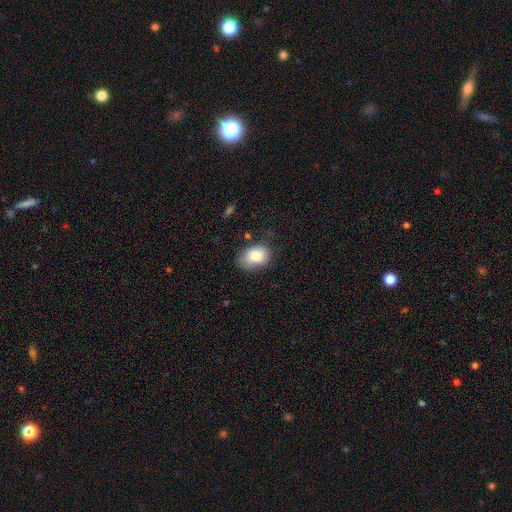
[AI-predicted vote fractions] Smooth or featured: smooth — 85% (featured or disk — 8%)
How rounded: in between — 78% (round — 21%)
Merging: none — 59% (minor disturbance — 29%)